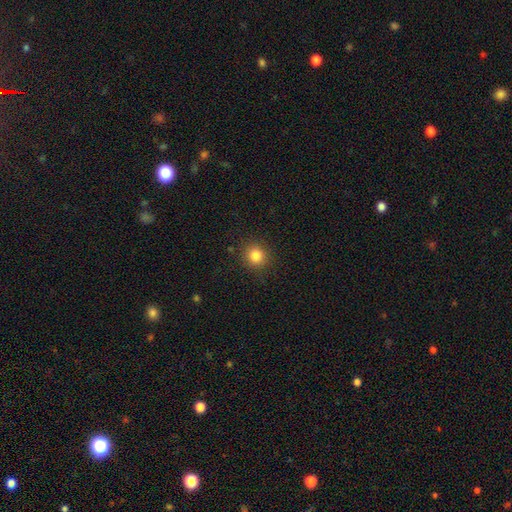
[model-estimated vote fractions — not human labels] This appears to be a smooth galaxy with no disk features (84%) that is round (88%). Merging: none (89%).